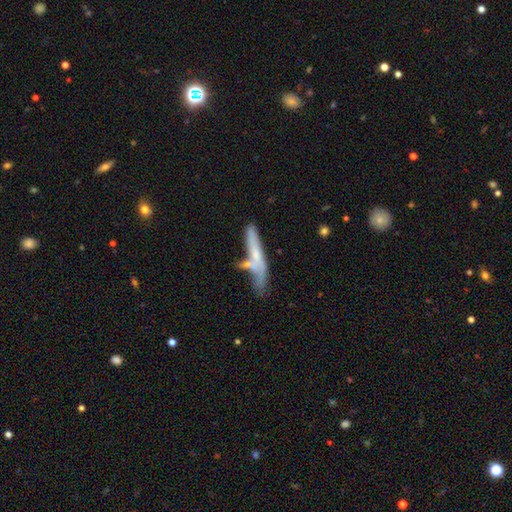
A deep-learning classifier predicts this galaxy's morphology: Smooth or featured? smooth (47%)
Merging? none (37%)